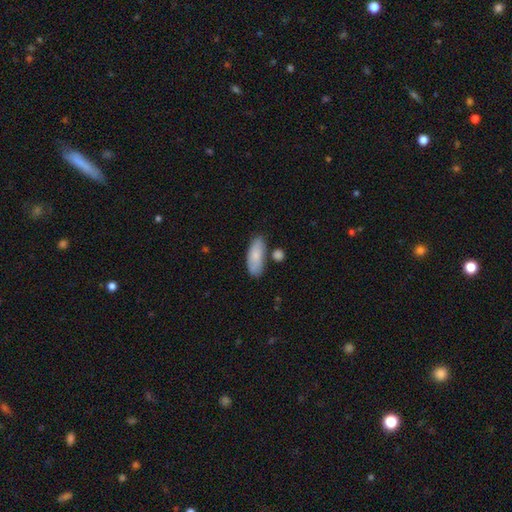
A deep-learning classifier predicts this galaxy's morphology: Q: Smooth or featured?
A: smooth (80%); runner-up: featured or disk (15%)
Q: How rounded?
A: in between (79%); runner-up: cigar-shaped (18%)
Q: Merging?
A: none (69%); runner-up: minor disturbance (18%)